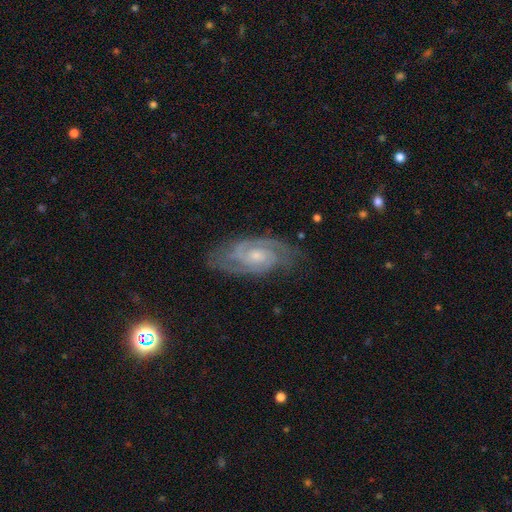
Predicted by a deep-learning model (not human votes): Smooth or featured?
  - featured or disk: 89% *
  - smooth: 6%
  - star or artifact: 5%
Edge-on disk?
  - no: 96% *
  - yes: 4%
Bar?
  - no: 58% *
  - weak: 35%
  - strong: 7%
Spiral arms?
  - yes: 98% *
  - no: 2%
Spiral winding?
  - tight: 59% *
  - medium: 36%
  - loose: 5%
Spiral arm count?
  - 2: 77% *
  - 3: 10%
  - can't tell: 7%
  - 4: 2%
  - 1: 2%
  - more than 4: 2%
Bulge size?
  - small: 60% *
  - moderate: 33%
  - none: 4%
  - large: 1%
  - dominant: 1%
Merging?
  - none: 77% *
  - minor disturbance: 17%
  - major disturbance: 5%
  - merger: 1%